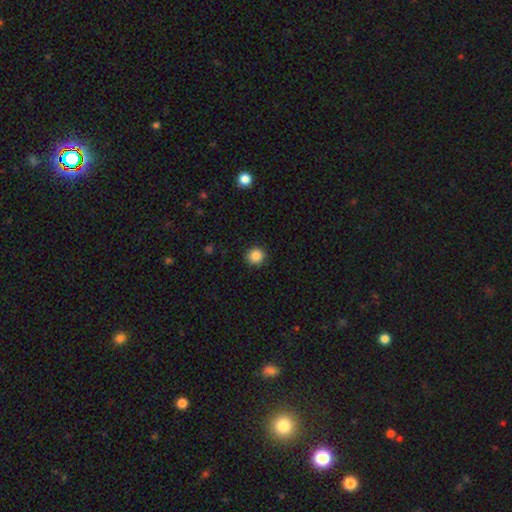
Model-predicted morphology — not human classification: smooth_or_featured: smooth (p=0.87) [alt: star or artifact p=0.10]
how_rounded: round (p=0.93) [alt: in between p=0.06]
merging: none (p=0.92) [alt: minor disturbance p=0.06]